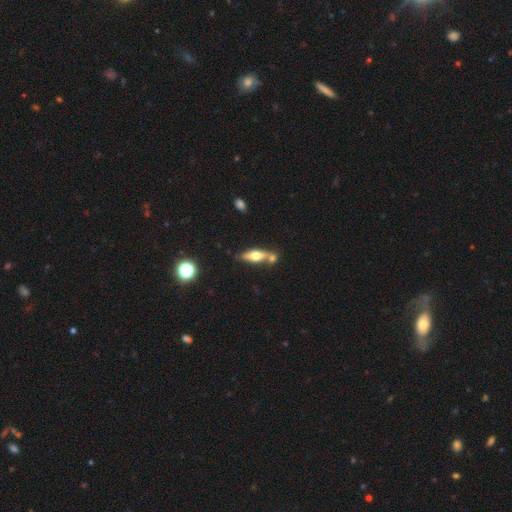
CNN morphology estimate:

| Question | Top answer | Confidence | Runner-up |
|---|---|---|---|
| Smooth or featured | featured or disk | 48% | smooth (44%) |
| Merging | none | 56% | merger (27%) |